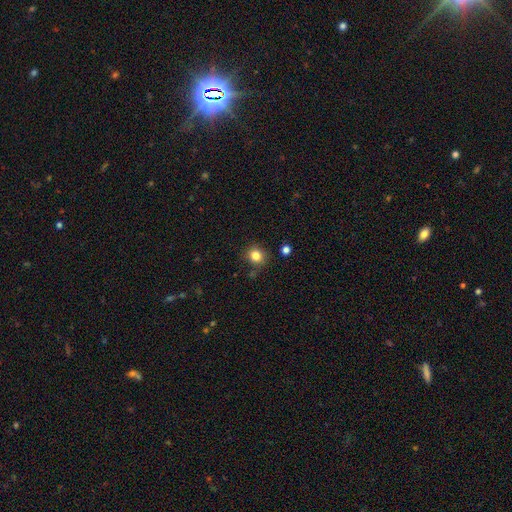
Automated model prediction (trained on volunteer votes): Smooth or featured: smooth — 83% (star or artifact — 12%)
How rounded: round — 84% (in between — 15%)
Merging: none — 83% (minor disturbance — 10%)